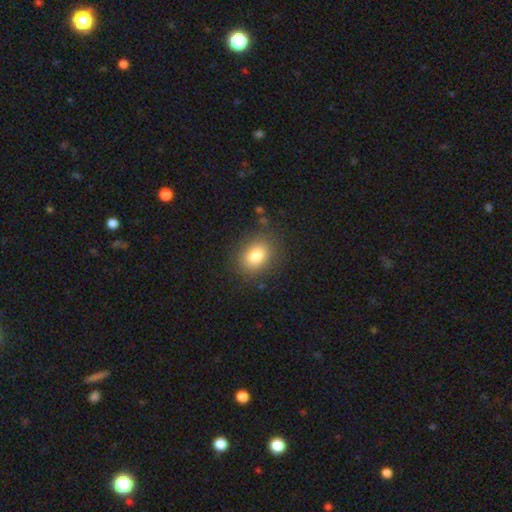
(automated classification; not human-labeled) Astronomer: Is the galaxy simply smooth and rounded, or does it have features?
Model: smooth — 81%.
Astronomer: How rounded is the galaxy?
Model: in between — 58% (runner-up: round, 41%).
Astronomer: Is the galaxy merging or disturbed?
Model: none — 84%.